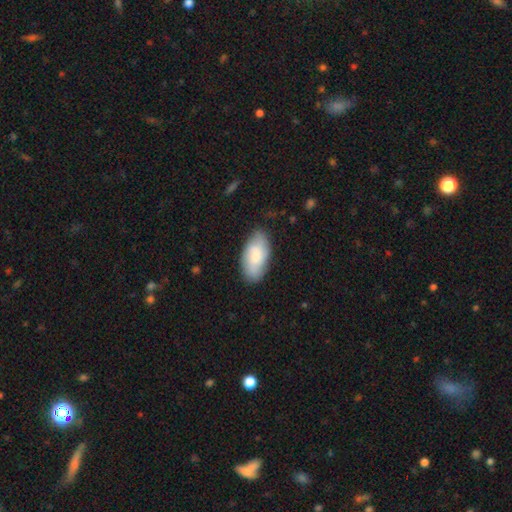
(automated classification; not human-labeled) Overall: smooth (67%). How rounded: in between (93%). Merging: none (77%).